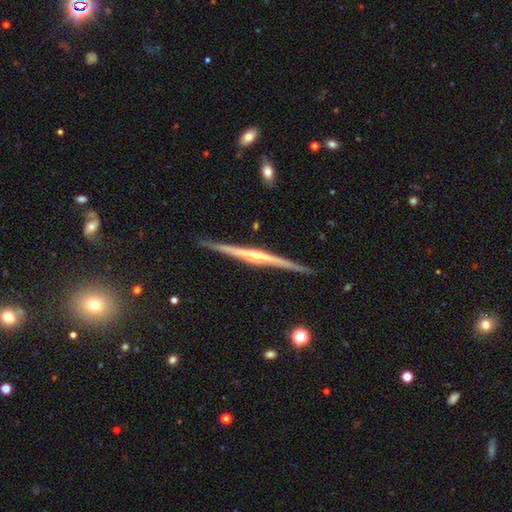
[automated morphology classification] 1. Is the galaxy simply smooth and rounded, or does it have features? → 86% featured or disk, 9% smooth, 6% star or artifact.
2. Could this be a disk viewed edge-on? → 98% yes, 2% no.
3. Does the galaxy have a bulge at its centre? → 69% rounded, 21% none, 10% boxy.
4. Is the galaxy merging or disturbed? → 90% none, 7% minor disturbance, 1% merger, 1% major disturbance.